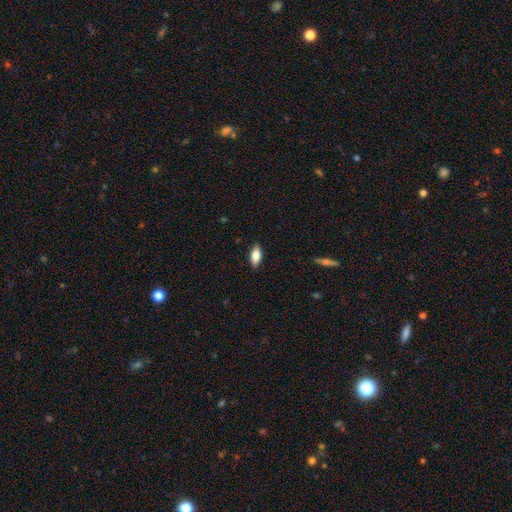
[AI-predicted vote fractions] Overall: smooth (72%). How rounded: in between (81%). Merging: none (87%).